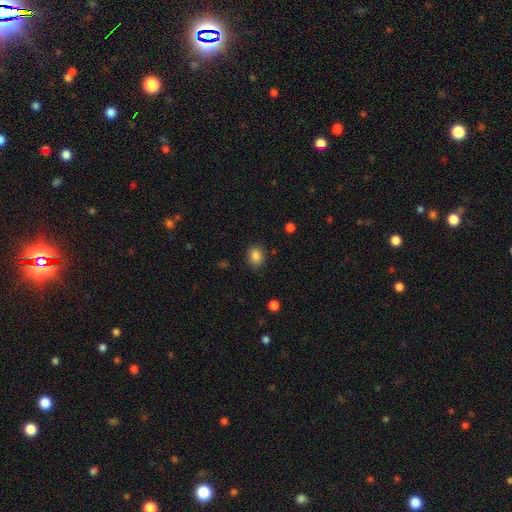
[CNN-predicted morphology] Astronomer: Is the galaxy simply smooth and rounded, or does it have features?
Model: smooth — 86%.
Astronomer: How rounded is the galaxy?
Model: in between — 52% (runner-up: round, 47%).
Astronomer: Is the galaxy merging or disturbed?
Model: none — 86%.